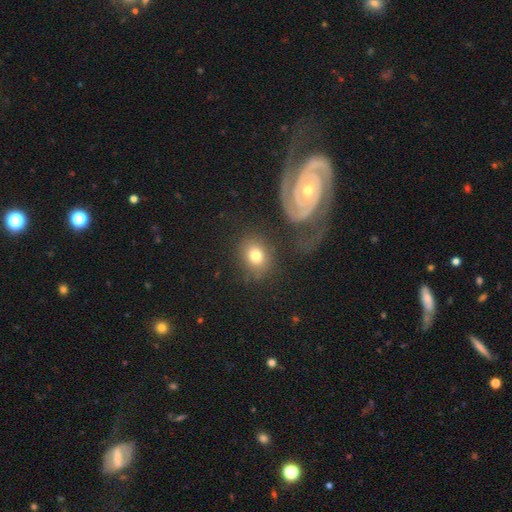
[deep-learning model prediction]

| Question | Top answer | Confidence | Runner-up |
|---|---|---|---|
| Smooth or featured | smooth | 74% | featured or disk (16%) |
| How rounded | round | 55% | in between (43%) |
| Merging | none | 71% | minor disturbance (14%) |